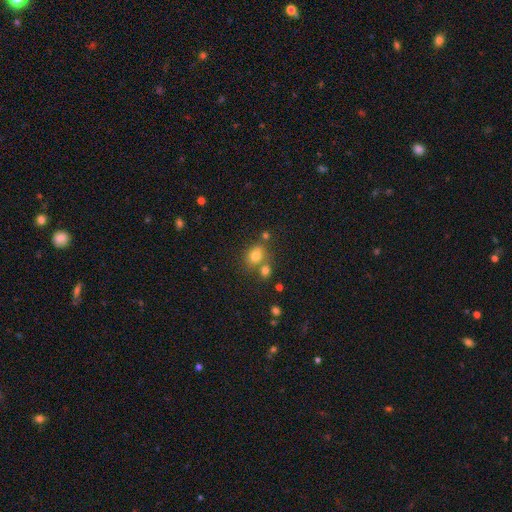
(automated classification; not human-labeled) Q: Smooth or featured?
A: smooth (75%); runner-up: star or artifact (15%)
Q: How rounded?
A: round (52%); runner-up: in between (47%)
Q: Merging?
A: none (58%); runner-up: merger (25%)